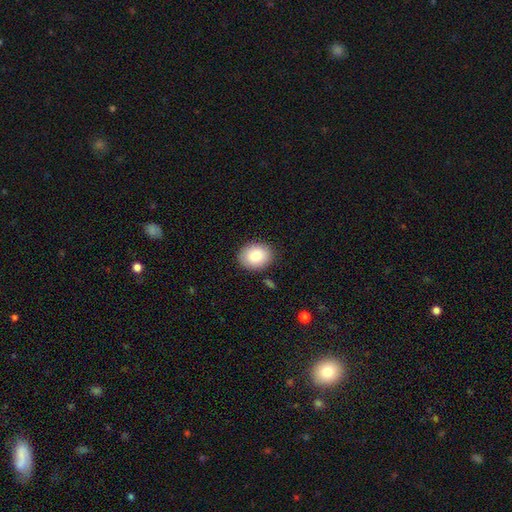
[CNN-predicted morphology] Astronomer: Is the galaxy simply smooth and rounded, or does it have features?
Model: smooth — 83%.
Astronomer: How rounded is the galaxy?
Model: round — 50% (runner-up: in between, 49%).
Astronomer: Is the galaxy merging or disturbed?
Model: none — 87%.